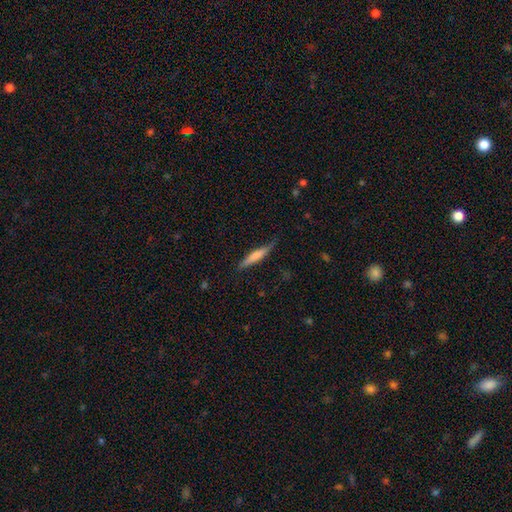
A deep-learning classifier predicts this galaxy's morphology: A smooth galaxy with no disk features (62%) that is cigar-shaped (89%).

Vote fractions:
- Smooth or featured? smooth: 62% / featured or disk: 32% / star or artifact: 6%
- How rounded? cigar-shaped: 89% / in between: 9% / round: 2%
- Merging? none: 74% / minor disturbance: 20% / major disturbance: 4% / merger: 2%